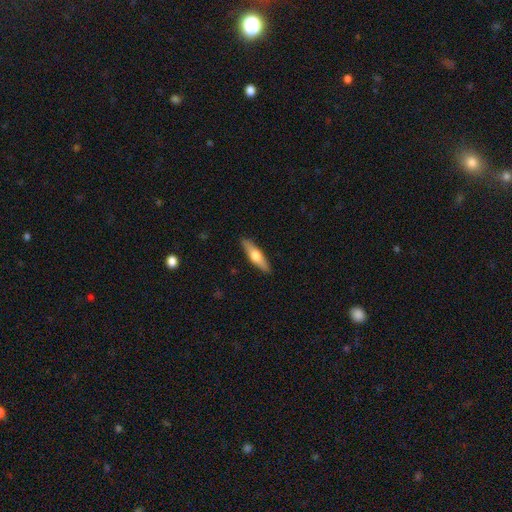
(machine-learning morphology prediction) Smooth or featured?
  - smooth: 49% *
  - featured or disk: 46%
  - star or artifact: 5%
Merging?
  - none: 90% *
  - minor disturbance: 7%
  - major disturbance: 2%
  - merger: 1%